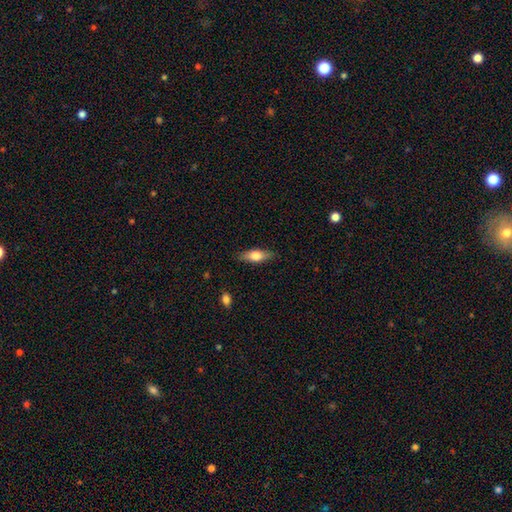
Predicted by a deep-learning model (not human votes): A smooth galaxy with no disk features (64%) that is in between round and cigar-shaped (60%).

Vote fractions:
- Smooth or featured? smooth: 64% / featured or disk: 30% / star or artifact: 6%
- How rounded? in between: 60% / cigar-shaped: 37% / round: 3%
- Merging? none: 85% / minor disturbance: 11% / major disturbance: 2% / merger: 1%